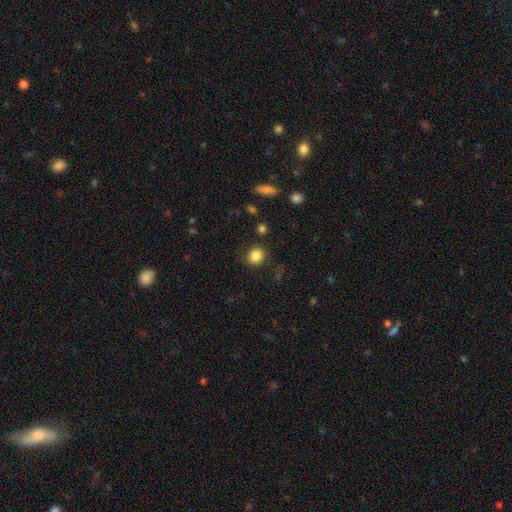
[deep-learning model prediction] Smooth or featured: smooth — 85% (star or artifact — 10%)
How rounded: round — 76% (in between — 23%)
Merging: none — 83% (minor disturbance — 10%)